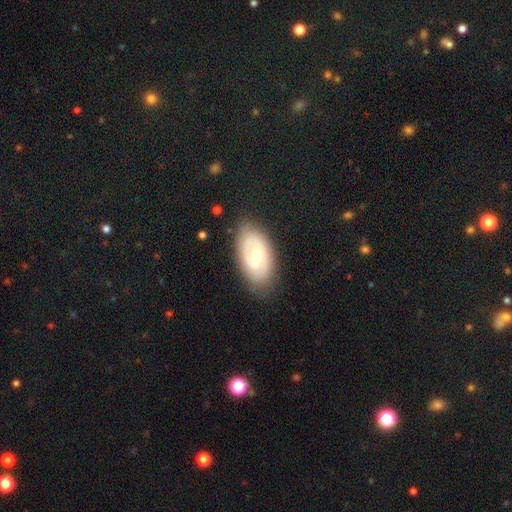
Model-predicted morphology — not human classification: Q: Smooth or featured?
A: featured or disk (51%); runner-up: smooth (43%)
Q: Edge-on disk?
A: no (89%); runner-up: yes (11%)
Q: Merging?
A: none (79%); runner-up: minor disturbance (15%)